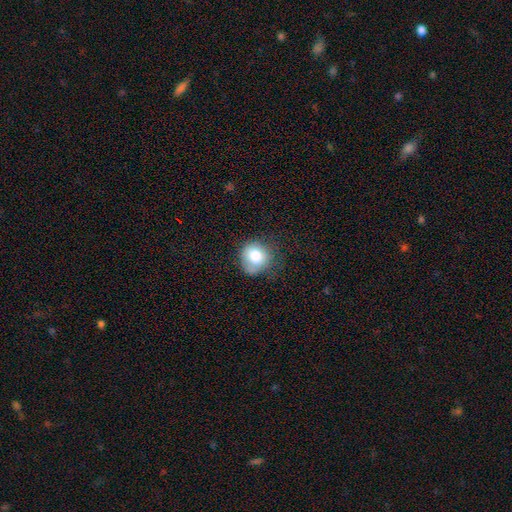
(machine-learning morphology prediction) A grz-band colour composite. It shows a smooth galaxy with no disk features (79%) that is round (80%). Merging: none (57%).